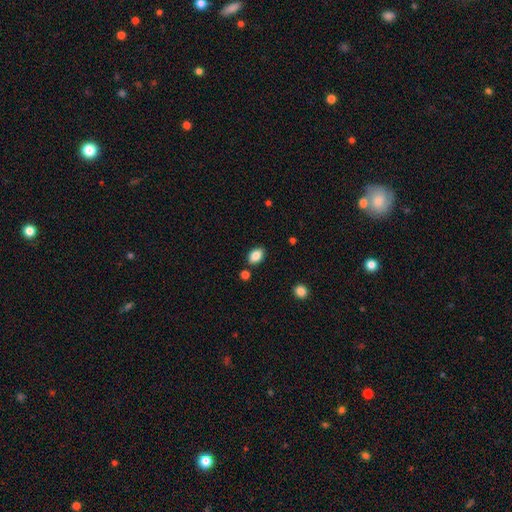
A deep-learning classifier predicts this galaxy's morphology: A smooth galaxy with no disk features (85%) that is in between round and cigar-shaped (85%). Merging: none (83%).